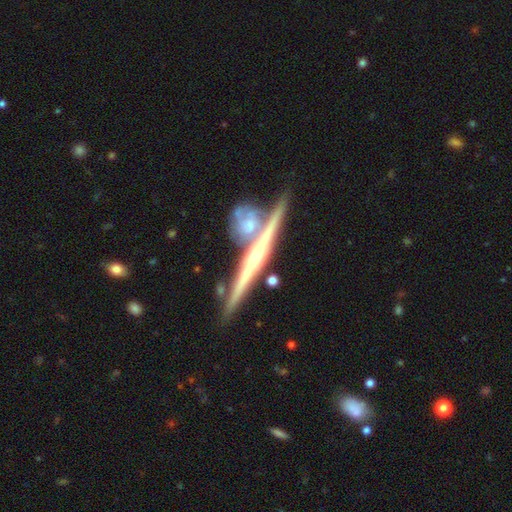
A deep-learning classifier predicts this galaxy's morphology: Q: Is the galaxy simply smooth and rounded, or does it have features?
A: featured or disk — 79%.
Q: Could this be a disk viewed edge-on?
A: yes — 96%.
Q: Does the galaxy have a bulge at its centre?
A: rounded — 69%.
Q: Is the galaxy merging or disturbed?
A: none — 65%.